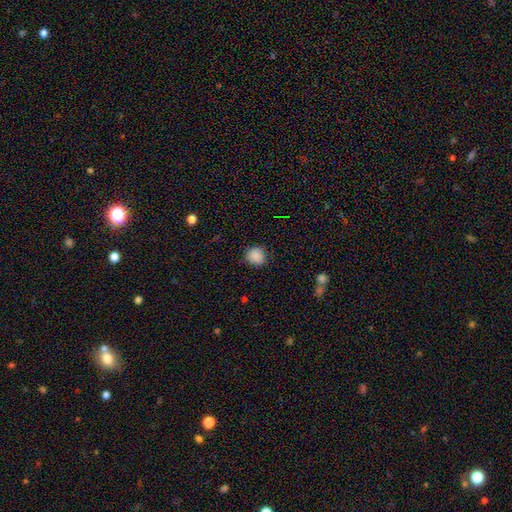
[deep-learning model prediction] The model was most divided on "how rounded": round: 85%, in between: 14%, cigar-shaped: 1%. More confident: smooth or featured — smooth (88%); merging — none (86%).